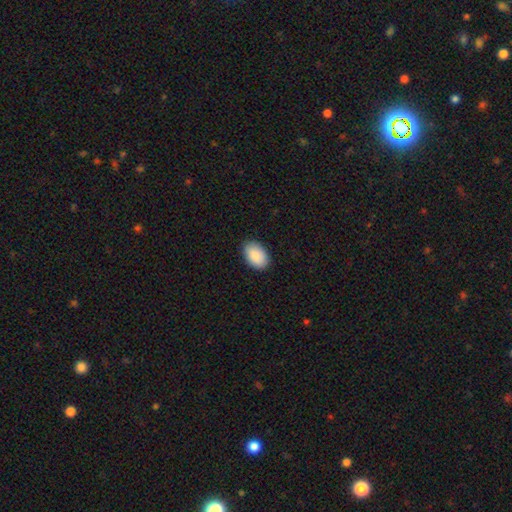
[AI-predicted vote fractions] Smooth or featured? smooth (90%)
How rounded? in between (91%)
Merging? none (87%)